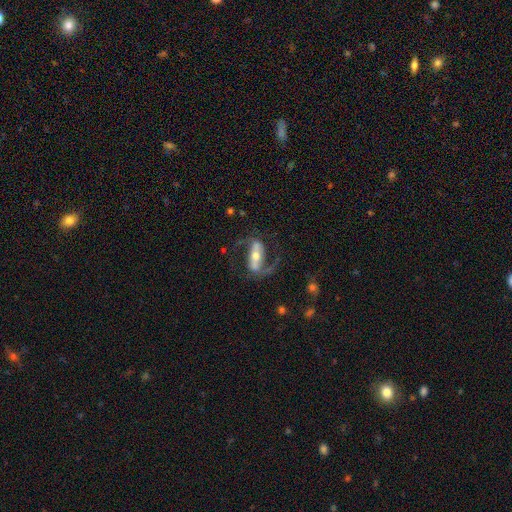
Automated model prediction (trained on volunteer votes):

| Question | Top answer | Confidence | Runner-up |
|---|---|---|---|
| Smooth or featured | featured or disk | 84% | smooth (11%) |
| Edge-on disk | no | 92% | yes (8%) |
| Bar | strong | 68% | weak (20%) |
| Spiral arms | yes | 92% | no (8%) |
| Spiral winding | medium | 49% | loose (40%) |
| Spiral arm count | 2 | 90% | 1 (4%) |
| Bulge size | moderate | 54% | small (36%) |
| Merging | none | 70% | major disturbance (15%) |